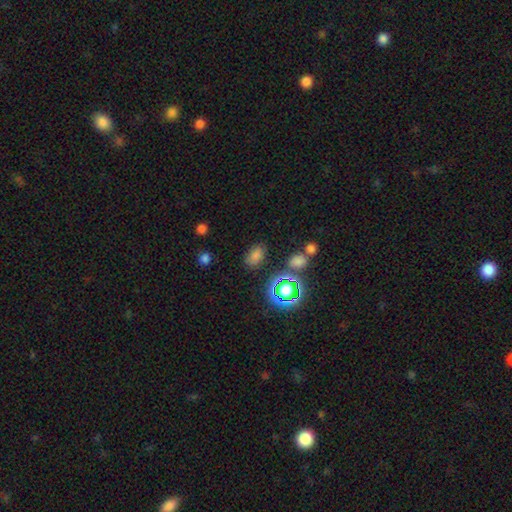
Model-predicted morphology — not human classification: Overall: smooth (71%). How rounded: in between (85%). Merging: none (77%).